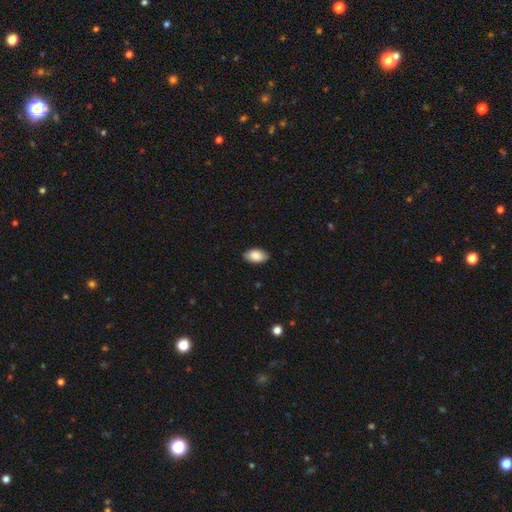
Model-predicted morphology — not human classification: Smooth or featured?
  - smooth: 88% *
  - star or artifact: 7%
  - featured or disk: 6%
How rounded?
  - in between: 94% *
  - round: 5%
  - cigar-shaped: 1%
Merging?
  - none: 87% *
  - minor disturbance: 10%
  - major disturbance: 2%
  - merger: 1%